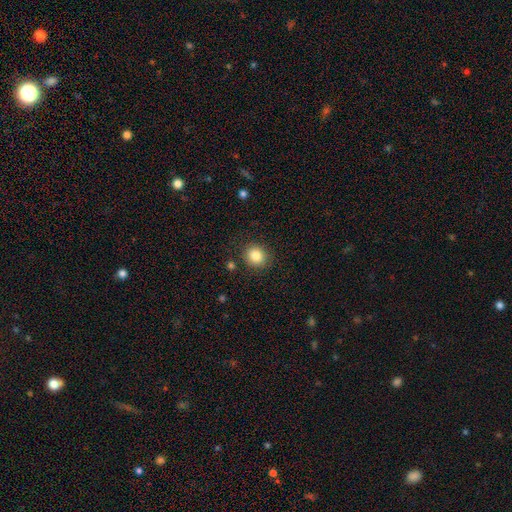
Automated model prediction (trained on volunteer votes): Smooth or featured: smooth — 85% (star or artifact — 10%)
How rounded: round — 82% (in between — 17%)
Merging: none — 86% (minor disturbance — 8%)